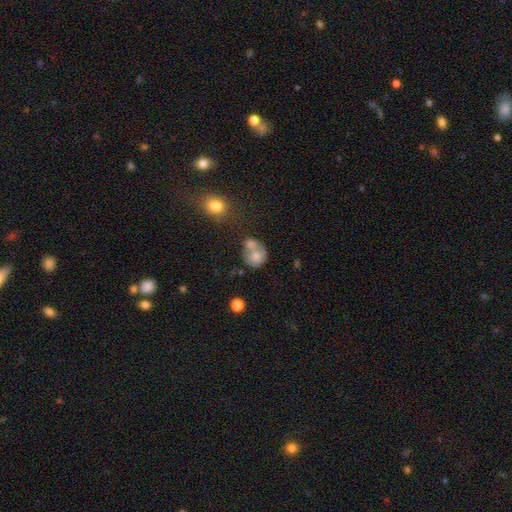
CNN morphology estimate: Smooth or featured? Predicted: smooth (p=0.67). How rounded? Predicted: round (p=0.67). Merging? Predicted: merger (p=0.51).